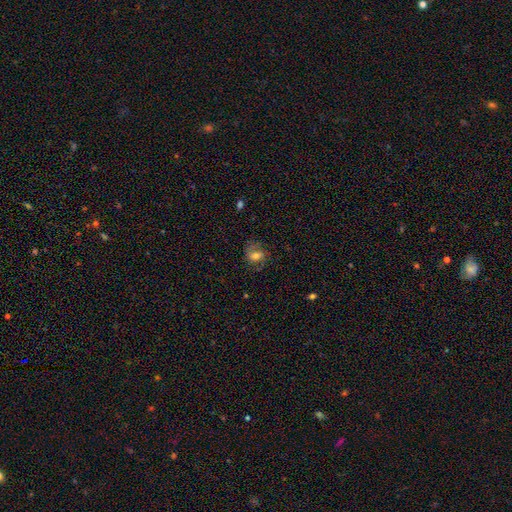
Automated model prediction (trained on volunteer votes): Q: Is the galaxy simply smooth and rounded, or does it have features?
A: smooth — 54%.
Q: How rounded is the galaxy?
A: in between — 50%.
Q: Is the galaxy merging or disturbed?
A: none — 65%.